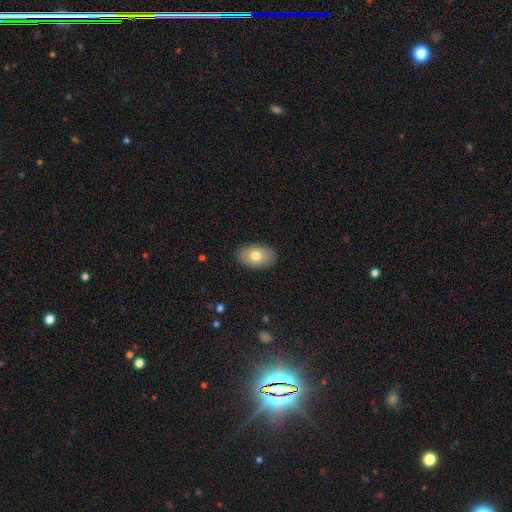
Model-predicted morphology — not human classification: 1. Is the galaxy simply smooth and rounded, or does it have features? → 73% smooth, 20% featured or disk, 7% star or artifact.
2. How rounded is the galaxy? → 89% in between, 10% round, 1% cigar-shaped.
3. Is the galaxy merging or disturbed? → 88% none, 9% minor disturbance, 2% major disturbance, 1% merger.